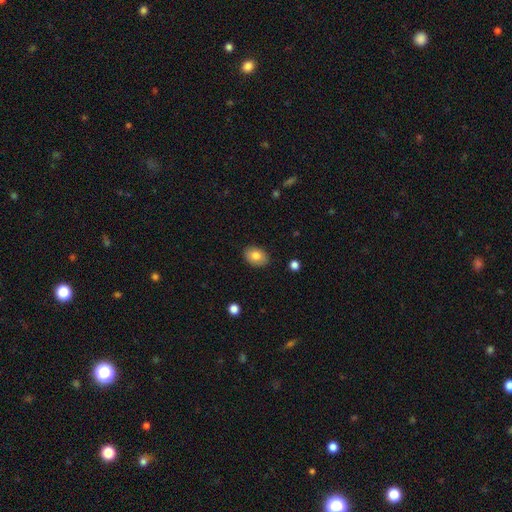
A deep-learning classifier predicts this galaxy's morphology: smooth_or_featured: smooth (p=0.80) [alt: featured or disk p=0.13]
how_rounded: in between (p=0.78) [alt: round p=0.21]
merging: none (p=0.88) [alt: minor disturbance p=0.09]